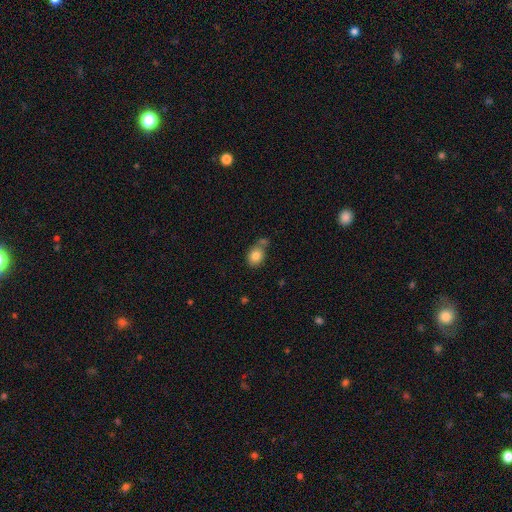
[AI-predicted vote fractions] smooth 82%, featured or disk 9%, star or artifact 9%. Down the decision tree: how rounded — in between (54%); merging — none (50%).